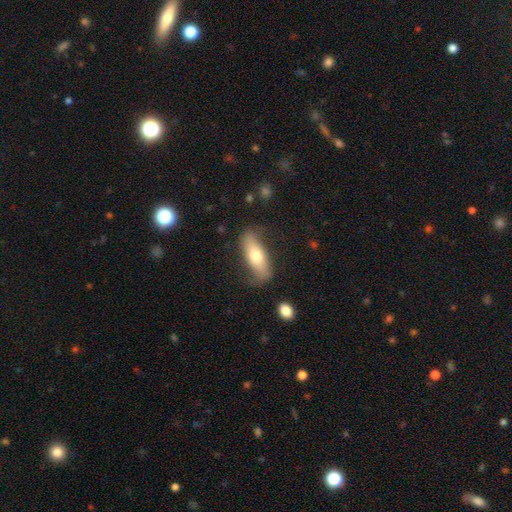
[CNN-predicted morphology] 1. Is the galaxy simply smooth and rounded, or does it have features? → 65% smooth, 29% featured or disk, 6% star or artifact.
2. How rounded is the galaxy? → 64% in between, 33% cigar-shaped, 3% round.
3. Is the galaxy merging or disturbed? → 74% none, 18% minor disturbance, 6% major disturbance, 2% merger.